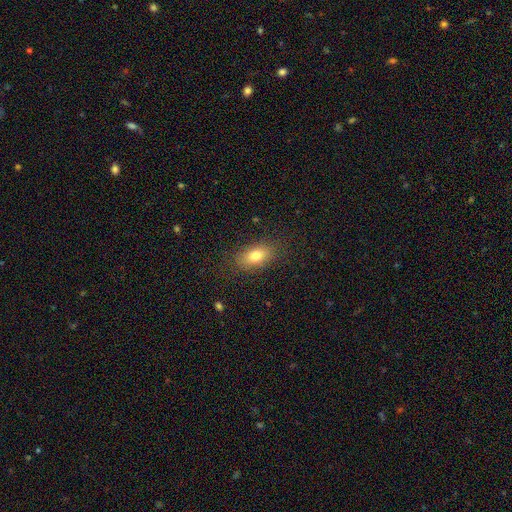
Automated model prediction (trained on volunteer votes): Smooth or featured? smooth (77%)
How rounded? in between (86%)
Merging? none (83%)